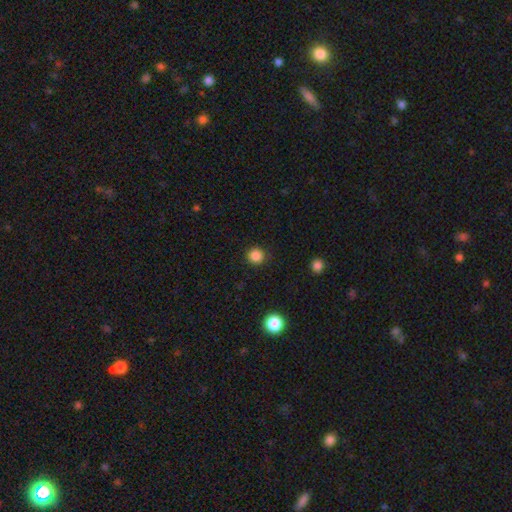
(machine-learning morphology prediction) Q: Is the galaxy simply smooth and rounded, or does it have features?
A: smooth — 85%.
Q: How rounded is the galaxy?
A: round — 94%.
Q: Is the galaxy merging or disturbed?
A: none — 91%.